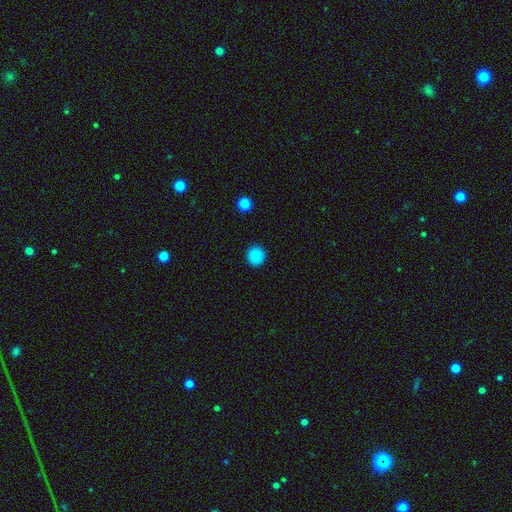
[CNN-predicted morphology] This is clearly a smooth galaxy (87%). How rounded: clearly round (93%). Merging: clearly none (92%).